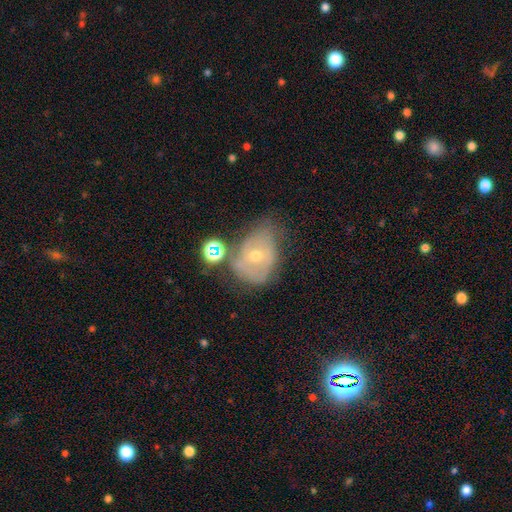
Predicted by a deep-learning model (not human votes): smooth_or_featured: featured or disk (p=0.55) [alt: smooth p=0.32]
disk_edge_on: no (p=0.95) [alt: yes p=0.05]
bar: no (p=0.74) [alt: weak p=0.21]
has_spiral_arms: yes (p=0.57) [alt: no p=0.43]
bulge_size: small (p=0.52) [alt: moderate p=0.45]
merging: none (p=0.39) [alt: minor disturbance p=0.31]